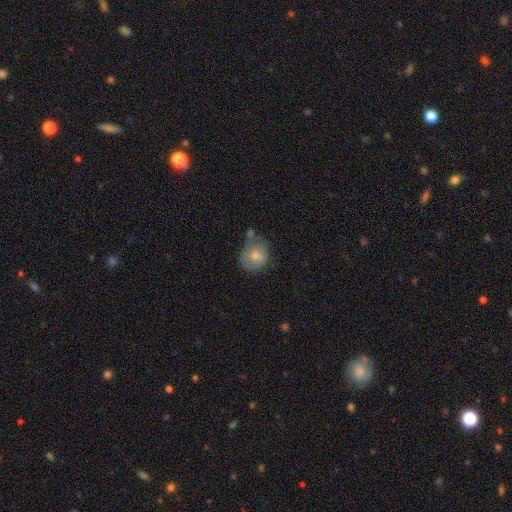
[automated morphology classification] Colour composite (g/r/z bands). It shows a smooth galaxy with no disk features (66%) that is round (69%). Merging: none (39%).